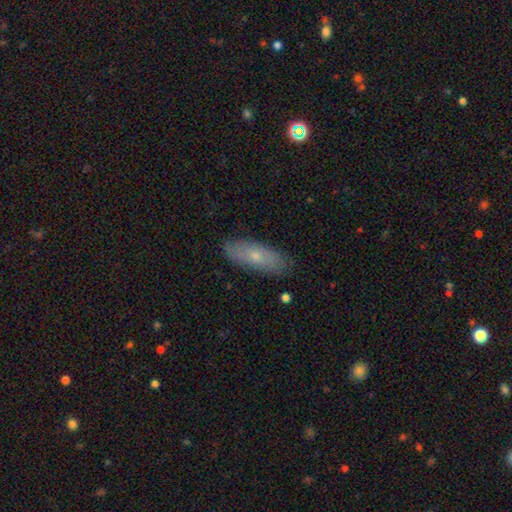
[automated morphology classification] Smooth or featured? smooth (62%)
How rounded? in between (61%)
Merging? none (85%)